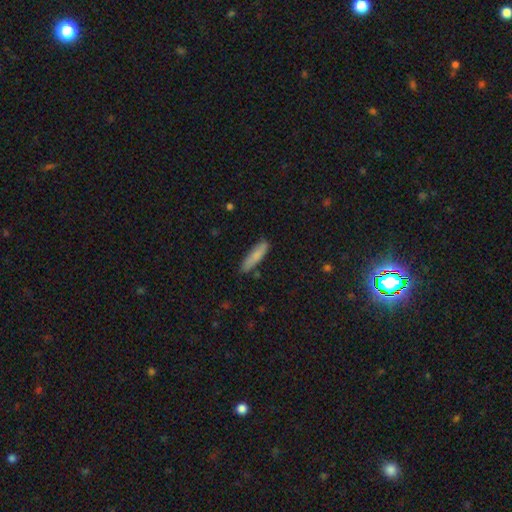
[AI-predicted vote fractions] This appears to be a smooth galaxy with no disk features (81%) that is cigar-shaped (78%). Merging: none (80%).